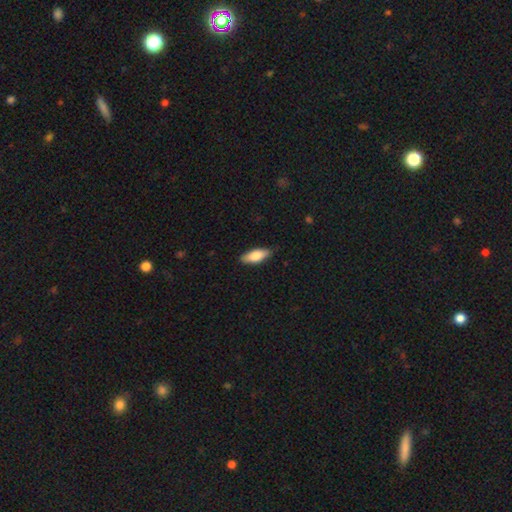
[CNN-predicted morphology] Smooth or featured? smooth (79%)
How rounded? in between (73%)
Merging? none (86%)